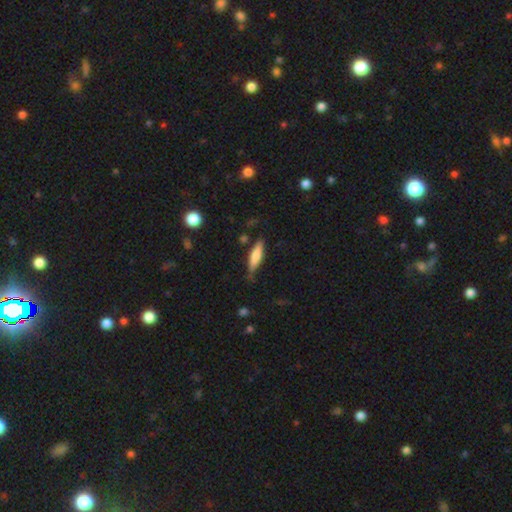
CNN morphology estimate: smooth 61%, featured or disk 33%, star or artifact 6%. Down the decision tree: how rounded — cigar-shaped (70%); merging — none (74%).